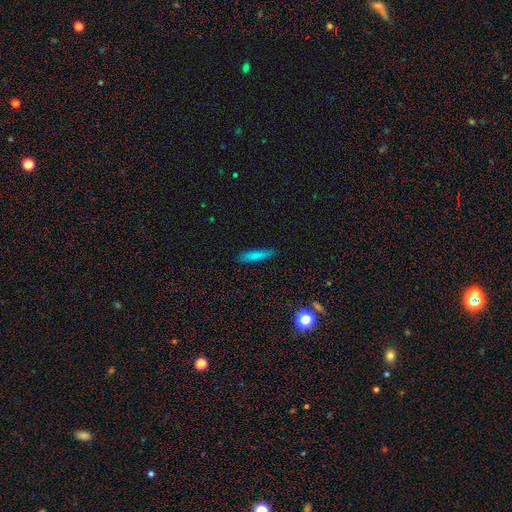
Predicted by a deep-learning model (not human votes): smooth-or-featured: smooth: 80% | featured or disk: 12% | star or artifact: 8%
  how-rounded: cigar-shaped: 82% | in between: 16% | round: 2%
  merging: none: 87% | minor disturbance: 10% | major disturbance: 2% | merger: 1%